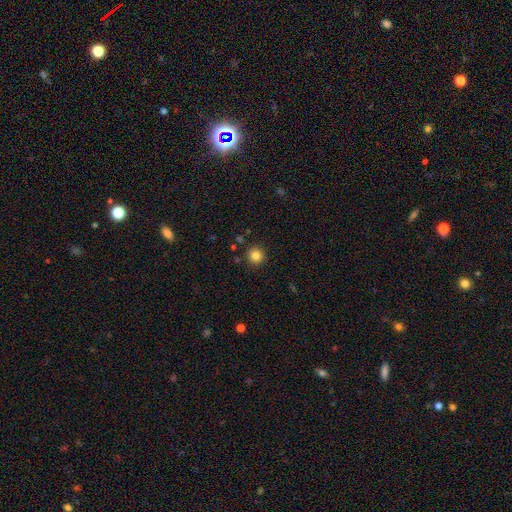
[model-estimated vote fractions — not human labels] A smooth galaxy with no disk features (83%) that is round (95%).

Vote fractions:
- Smooth or featured? smooth: 83% / star or artifact: 12% / featured or disk: 5%
- How rounded? round: 95% / in between: 4% / cigar-shaped: 1%
- Merging? none: 90% / minor disturbance: 6% / merger: 2% / major disturbance: 2%